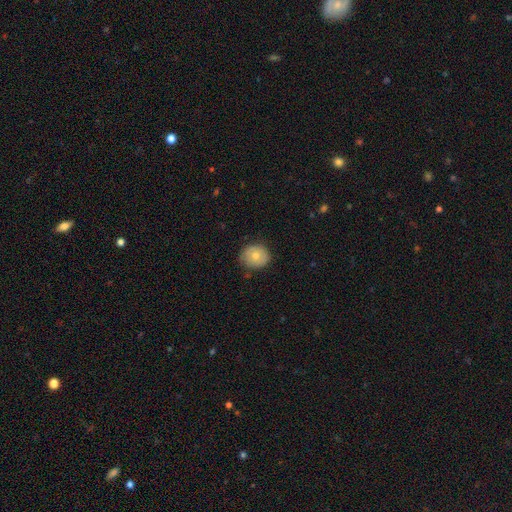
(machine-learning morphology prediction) smooth 72%, featured or disk 20%, star or artifact 8%. Down the decision tree: how rounded — round (76%); merging — none (80%).